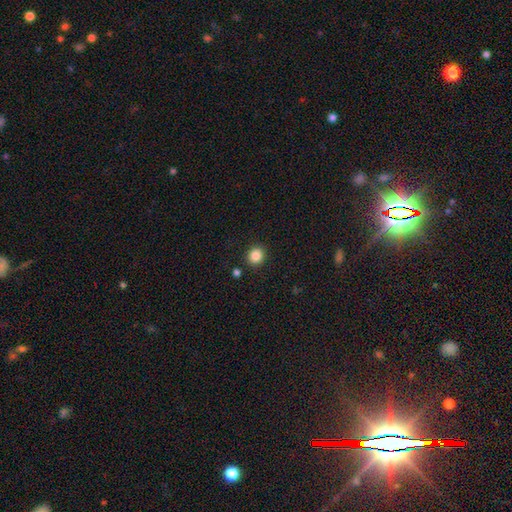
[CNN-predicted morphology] This appears to be a smooth galaxy with no disk features (86%) that is round (81%). Merging: none (89%).